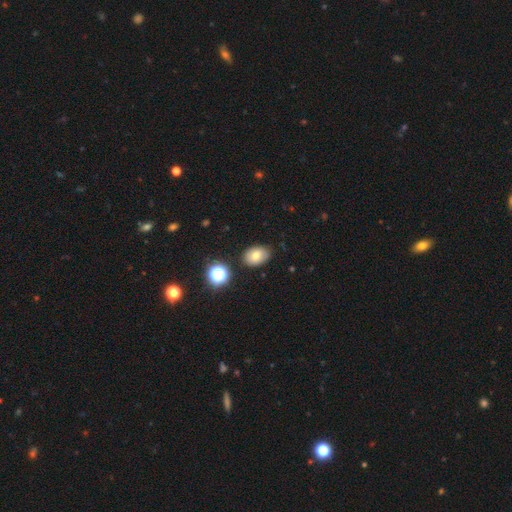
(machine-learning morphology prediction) type=smooth (75%); roundness=in between (79%); merging=none (81%).